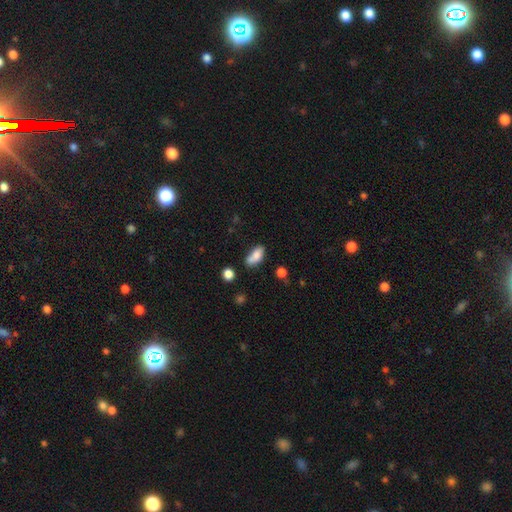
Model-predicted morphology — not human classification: Smooth or featured? Predicted: smooth (p=0.78). How rounded? Predicted: in between (p=0.84). Merging? Predicted: none (p=0.41).